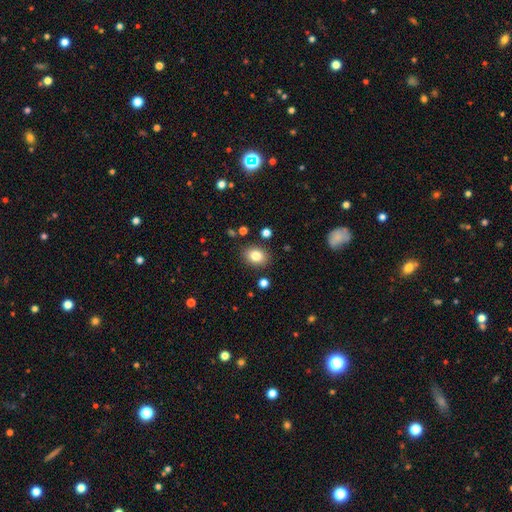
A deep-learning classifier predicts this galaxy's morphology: smooth-or-featured: smooth: 82% | star or artifact: 10% | featured or disk: 8%
  how-rounded: in between: 58% | round: 41% | cigar-shaped: 1%
  merging: none: 86% | minor disturbance: 9% | major disturbance: 3% | merger: 3%